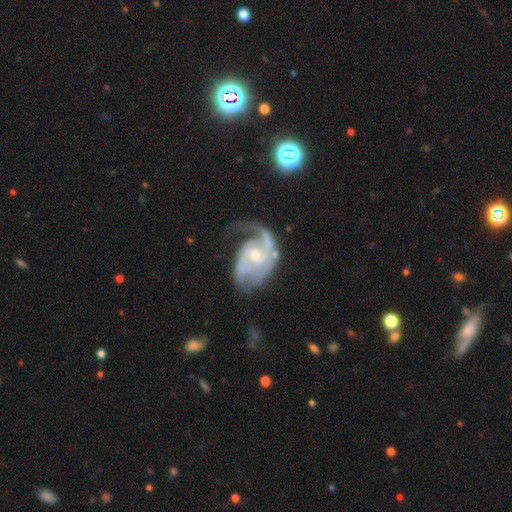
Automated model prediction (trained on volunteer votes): A featured or disk galaxy (88%) with no bar (58%), 2 (54%) medium (47%) spiral arms (95%) and a small central bulge (55%).

Vote fractions:
- Smooth or featured? featured or disk: 88% / smooth: 7% / star or artifact: 5%
- Edge-on disk? no: 98% / yes: 2%
- Bar? no: 58% / weak: 36% / strong: 6%
- Spiral arms? yes: 95% / no: 5%
- Spiral winding? medium: 47% / tight: 27% / loose: 26%
- Spiral arm count? 2: 54% / 1: 25% / can't tell: 10% / 3: 6% / 4: 2% / more than 4: 2%
- Bulge size? small: 55% / moderate: 40% / none: 2% / large: 2% / dominant: 1%
- Merging? none: 42% / major disturbance: 30% / minor disturbance: 24% / merger: 4%